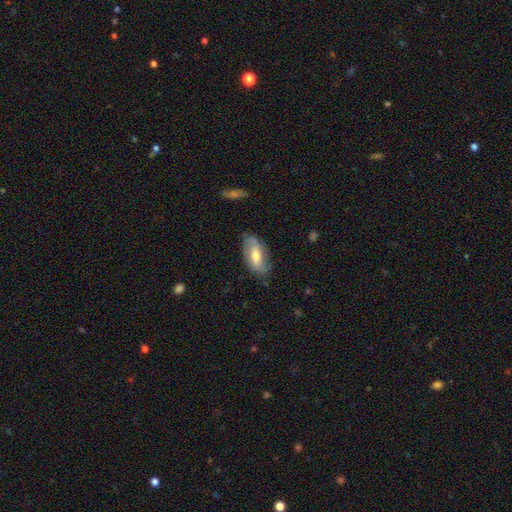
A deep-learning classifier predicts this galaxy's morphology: A featured or disk galaxy (49%). Merging: none (76%).